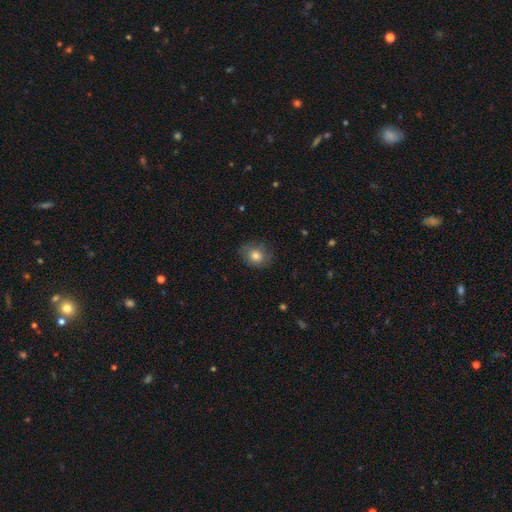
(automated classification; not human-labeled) smooth_or_featured: smooth (p=0.80) [alt: featured or disk p=0.11]
how_rounded: round (p=0.66) [alt: in between p=0.33]
merging: none (p=0.81) [alt: minor disturbance p=0.15]